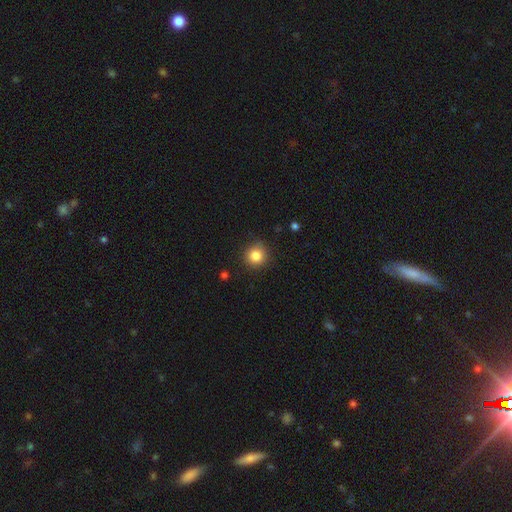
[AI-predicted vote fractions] Q: Smooth or featured?
A: smooth (85%); runner-up: star or artifact (11%)
Q: How rounded?
A: round (93%); runner-up: in between (6%)
Q: Merging?
A: none (87%); runner-up: minor disturbance (9%)